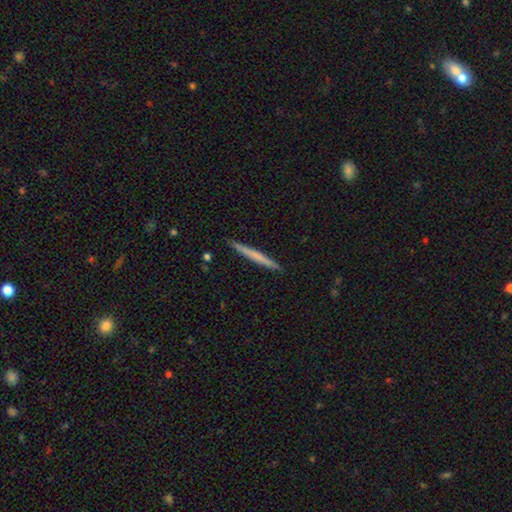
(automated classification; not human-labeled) smooth_or_featured: smooth (p=0.55) [alt: featured or disk p=0.40]
how_rounded: cigar-shaped (p=0.97) [alt: in between p=0.02]
merging: none (p=0.92) [alt: minor disturbance p=0.06]